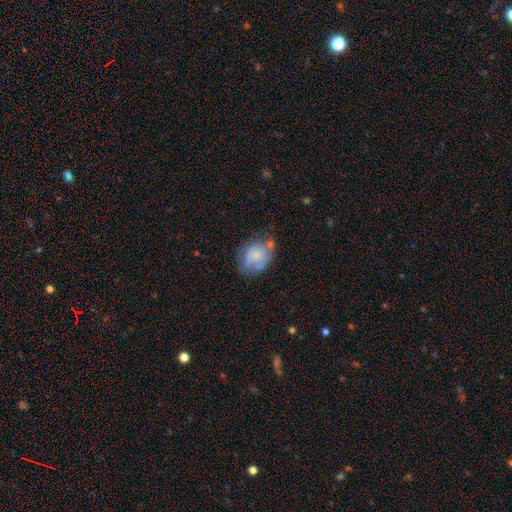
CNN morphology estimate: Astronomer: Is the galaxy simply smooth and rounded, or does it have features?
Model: smooth — 53% (runner-up: featured or disk, 39%).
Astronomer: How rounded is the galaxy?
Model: in between — 64%.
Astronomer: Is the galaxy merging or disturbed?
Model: none — 43% (runner-up: minor disturbance, 31%).